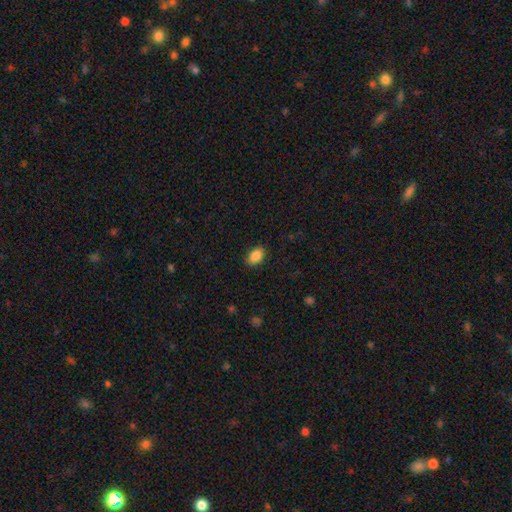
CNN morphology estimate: A smooth galaxy with no disk features (88%) that is in between round and cigar-shaped (85%). Merging: none (87%).